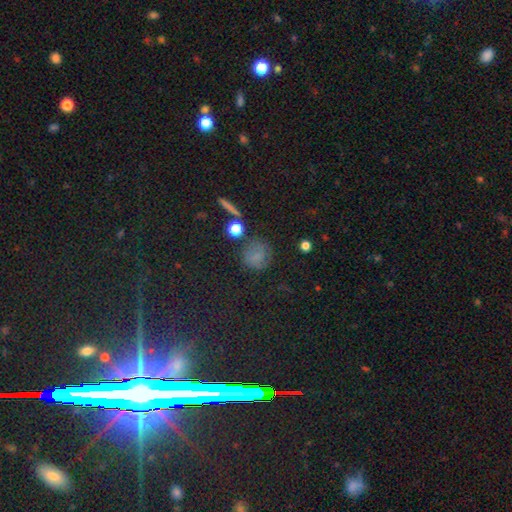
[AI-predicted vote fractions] The model was most divided on "smooth or featured": smooth: 65%, star or artifact: 20%, featured or disk: 15%. More confident: how rounded — round (83%); merging — none (71%).